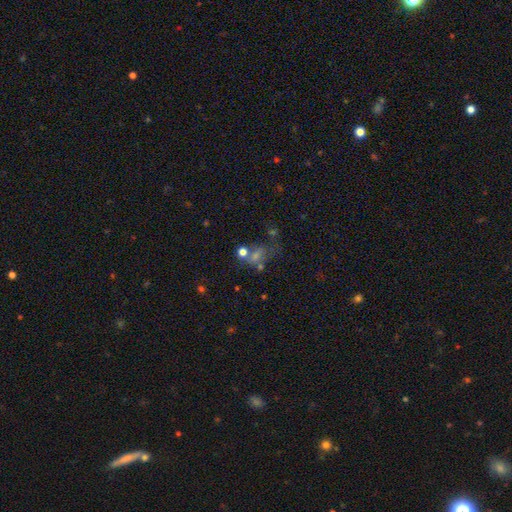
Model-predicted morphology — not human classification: This is marginally a star or artifact rather than a galaxy (39%).